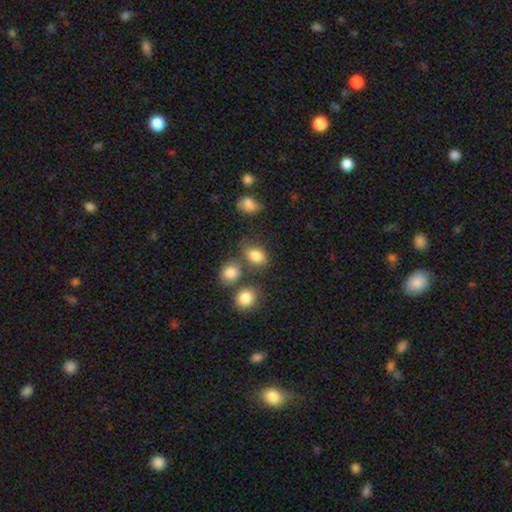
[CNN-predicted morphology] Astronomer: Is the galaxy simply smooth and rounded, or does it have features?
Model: smooth — 82%.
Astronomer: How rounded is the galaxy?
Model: in between — 75%.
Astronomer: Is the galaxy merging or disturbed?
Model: none — 58%.